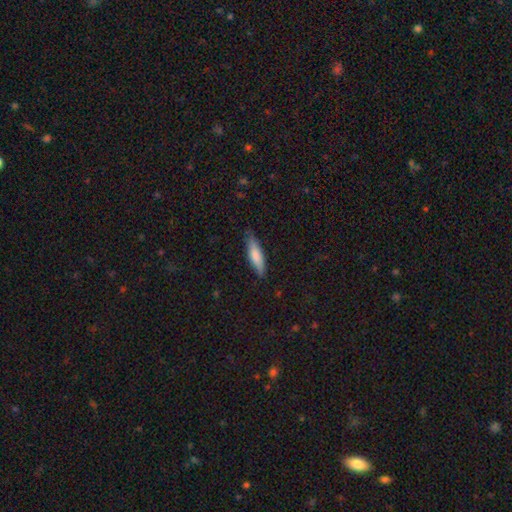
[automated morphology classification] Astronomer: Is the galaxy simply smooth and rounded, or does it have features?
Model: smooth — 76%.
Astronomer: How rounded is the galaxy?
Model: cigar-shaped — 66%.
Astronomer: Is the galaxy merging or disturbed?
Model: none — 82%.